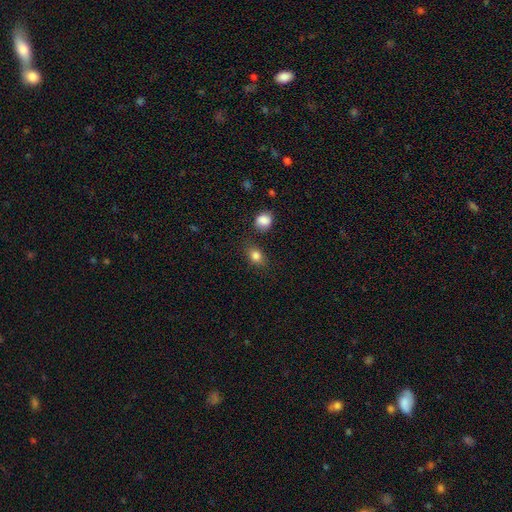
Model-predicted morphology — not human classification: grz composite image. It shows a smooth galaxy with no disk features (84%) that is in between round and cigar-shaped (59%). Merging: none (76%).